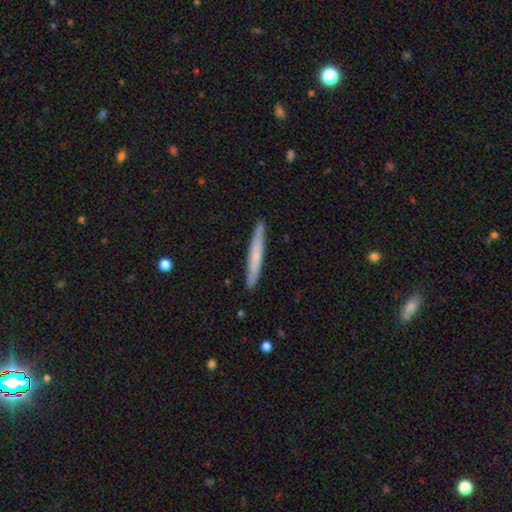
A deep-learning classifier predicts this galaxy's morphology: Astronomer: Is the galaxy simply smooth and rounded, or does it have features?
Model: smooth — 59% (runner-up: featured or disk, 35%).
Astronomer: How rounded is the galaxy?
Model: cigar-shaped — 97%.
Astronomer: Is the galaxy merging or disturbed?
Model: none — 91%.